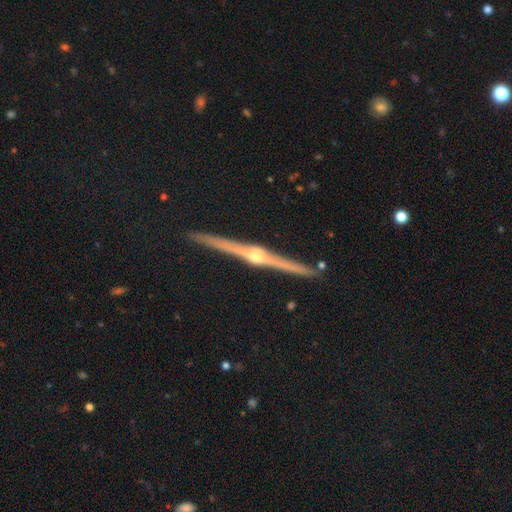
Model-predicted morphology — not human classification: The model was most divided on "smooth or featured": featured or disk: 88%, smooth: 6%, star or artifact: 6%. More confident: edge-on disk — yes (99%); edge-on bulge — rounded (93%); merging — none (92%).